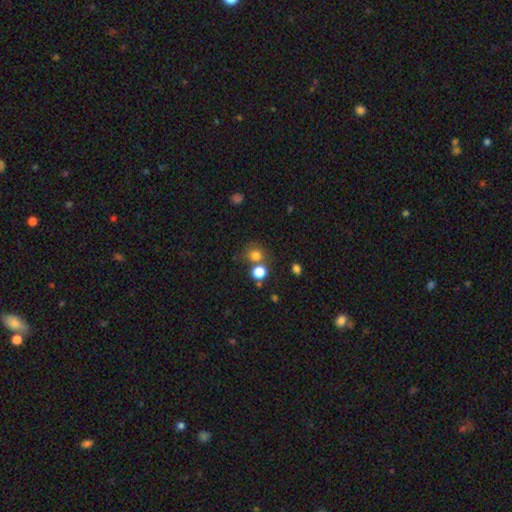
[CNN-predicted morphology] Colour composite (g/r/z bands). It shows a smooth galaxy with no disk features (76%) that is round (81%). Merging: none (61%).